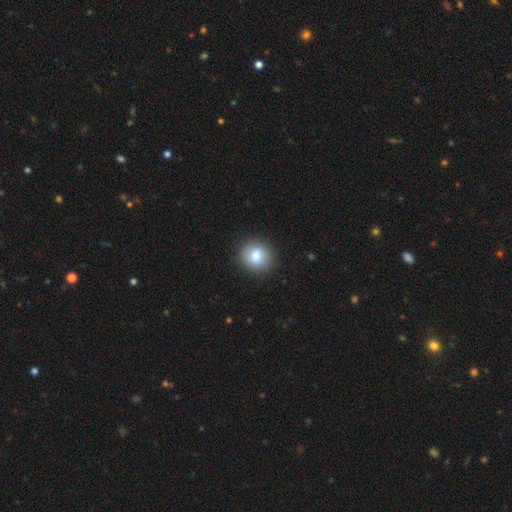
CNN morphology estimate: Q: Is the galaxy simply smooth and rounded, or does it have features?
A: smooth — 84%.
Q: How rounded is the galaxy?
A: round — 80%.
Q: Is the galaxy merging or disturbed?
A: none — 89%.